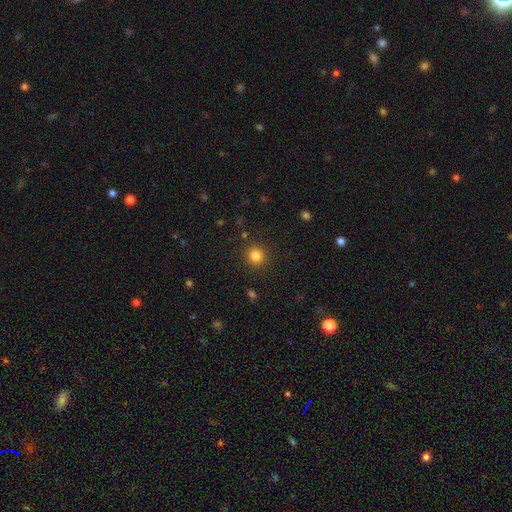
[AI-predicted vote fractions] Smooth or featured?
  - smooth: 83% *
  - star or artifact: 12%
  - featured or disk: 5%
How rounded?
  - round: 91% *
  - in between: 8%
  - cigar-shaped: 1%
Merging?
  - none: 89% *
  - minor disturbance: 6%
  - major disturbance: 3%
  - merger: 1%